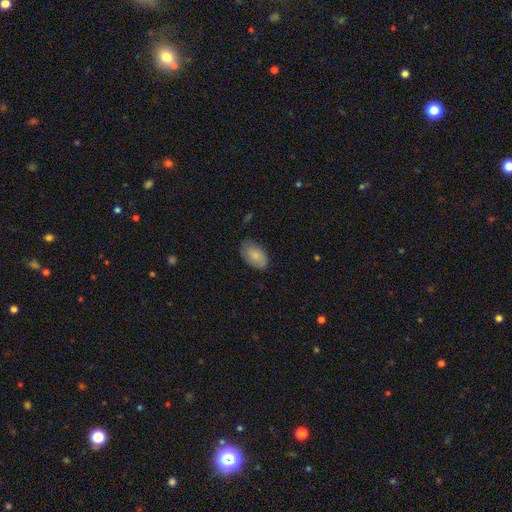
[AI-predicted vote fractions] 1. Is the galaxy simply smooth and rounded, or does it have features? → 79% smooth, 15% featured or disk, 6% star or artifact.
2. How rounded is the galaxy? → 92% in between, 7% round, 1% cigar-shaped.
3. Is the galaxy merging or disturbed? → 70% none, 24% minor disturbance, 4% major disturbance, 1% merger.